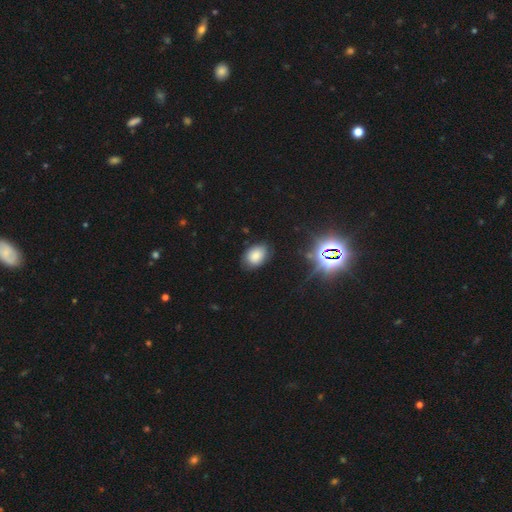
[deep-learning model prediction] Overall: smooth (77%). How rounded: in between (79%). Merging: none (80%).